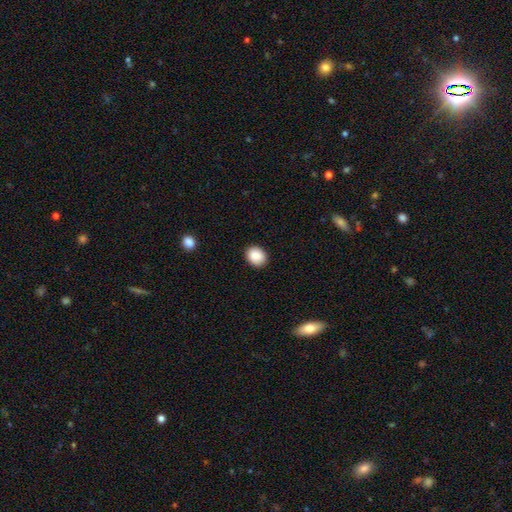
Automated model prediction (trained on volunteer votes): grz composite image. It shows a smooth galaxy with no disk features (86%) that is in between round and cigar-shaped (52%). Merging: none (89%).